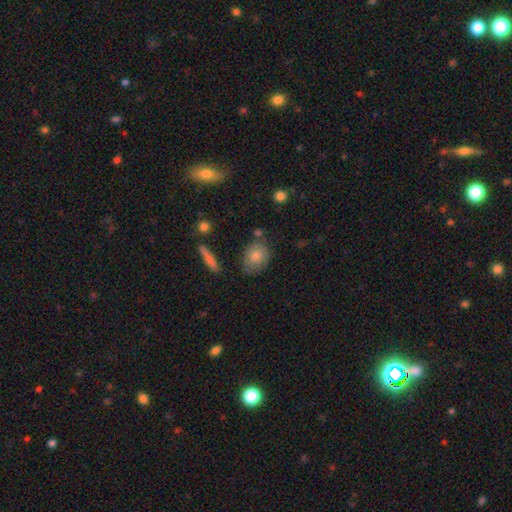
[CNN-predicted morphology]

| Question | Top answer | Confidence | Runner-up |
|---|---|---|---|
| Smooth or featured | smooth | 75% | featured or disk (15%) |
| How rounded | in between | 57% | round (40%) |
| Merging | none | 71% | minor disturbance (19%) |